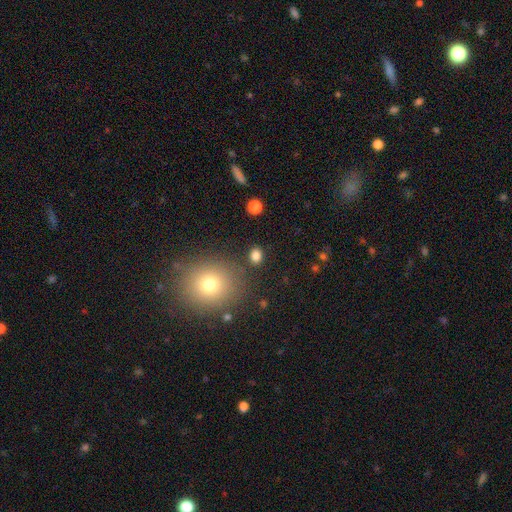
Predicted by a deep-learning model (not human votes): Smooth or featured: smooth — 82% (star or artifact — 13%)
How rounded: round — 56% (in between — 43%)
Merging: none — 86% (minor disturbance — 8%)